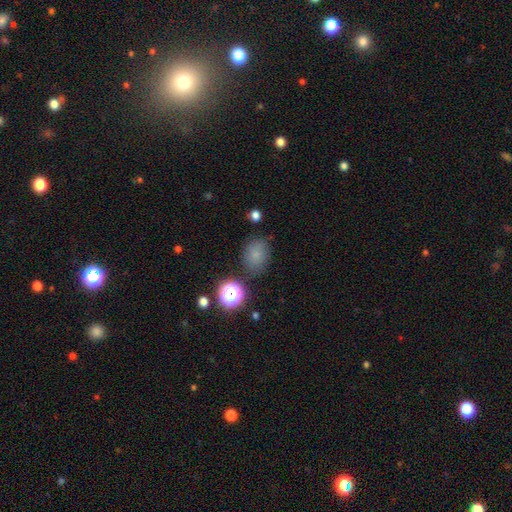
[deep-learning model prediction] Morphology: type=smooth (75%); roundness=round (53%); merging=none (76%).